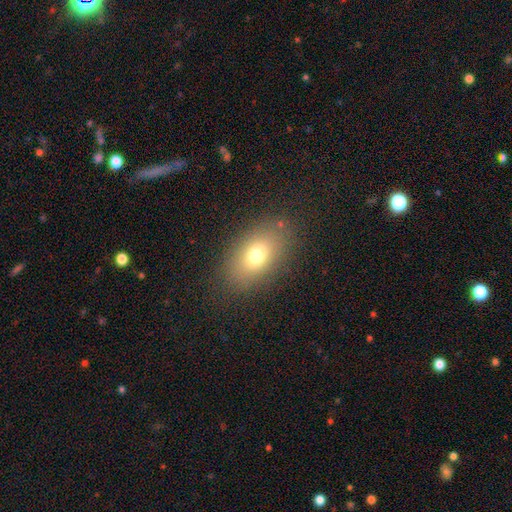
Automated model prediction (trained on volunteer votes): Smooth or featured? Predicted: smooth (p=0.72). How rounded? Predicted: in between (p=0.85). Merging? Predicted: none (p=0.82).